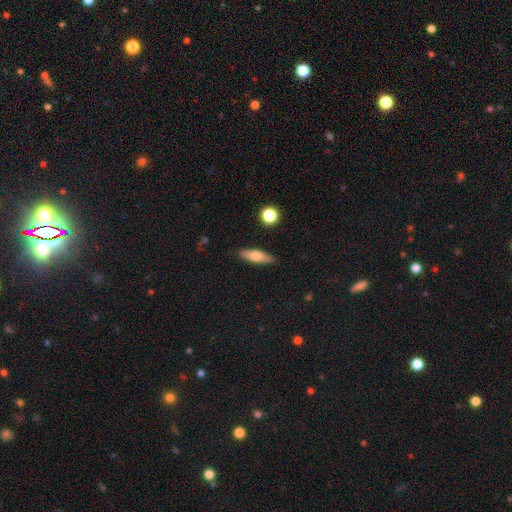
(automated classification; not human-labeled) This appears to be a smooth galaxy with no disk features (68%) that is cigar-shaped (52%). Merging: none (85%).